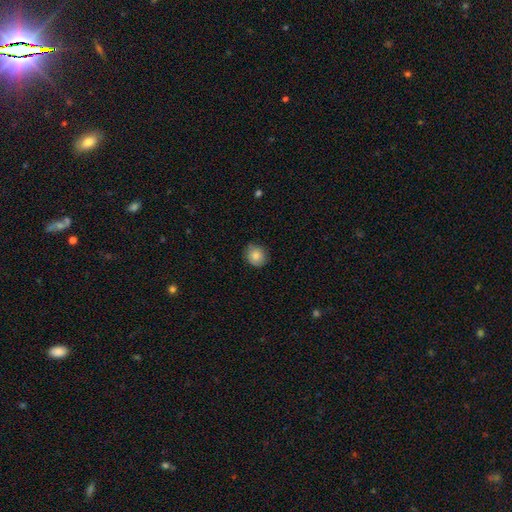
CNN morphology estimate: Q: Smooth or featured?
A: smooth (82%); runner-up: featured or disk (9%)
Q: How rounded?
A: round (81%); runner-up: in between (18%)
Q: Merging?
A: none (82%); runner-up: minor disturbance (14%)